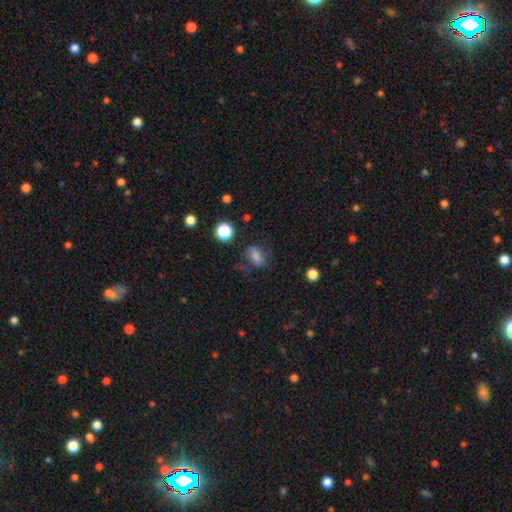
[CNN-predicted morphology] smooth 68%, star or artifact 16%, featured or disk 16%. Down the decision tree: how rounded — in between (75%); merging — none (61%).